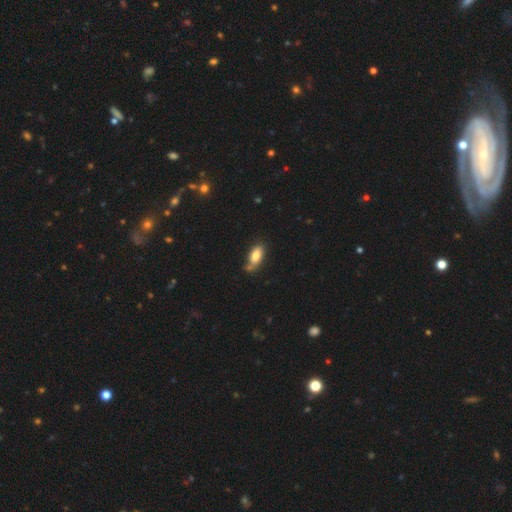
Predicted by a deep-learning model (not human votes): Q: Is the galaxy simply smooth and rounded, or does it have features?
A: smooth — 80%.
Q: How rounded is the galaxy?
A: in between — 87%.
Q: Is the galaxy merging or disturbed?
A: none — 62%.